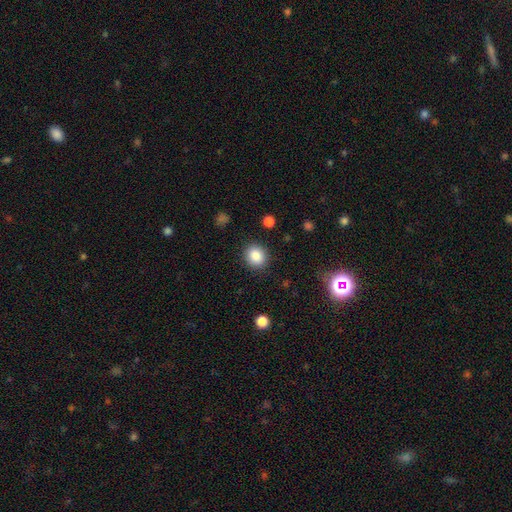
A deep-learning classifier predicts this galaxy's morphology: This is clearly a smooth galaxy (87%). How rounded: likely round (76%). Merging: clearly none (88%).